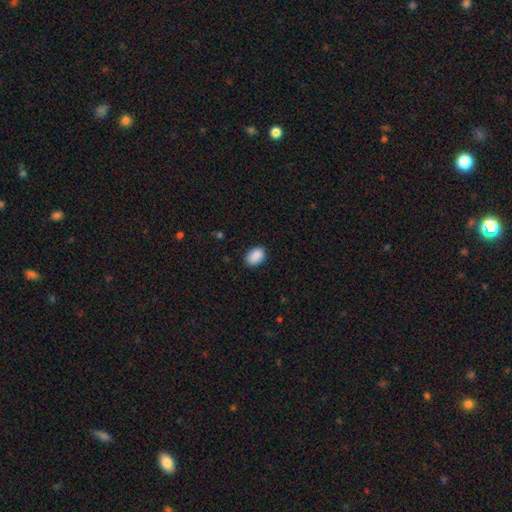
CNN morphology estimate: This is clearly a smooth galaxy (90%). How rounded: clearly in between (88%). Merging: clearly none (85%).